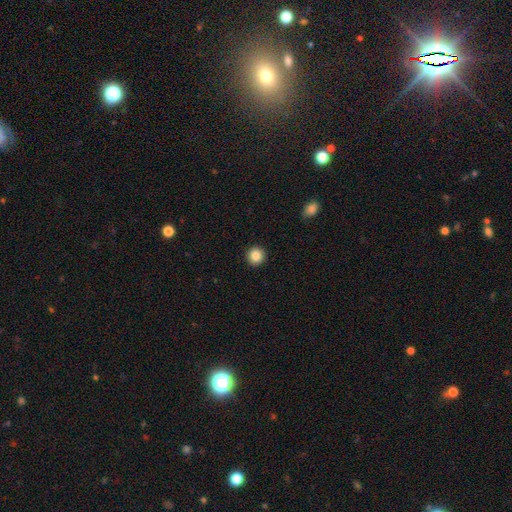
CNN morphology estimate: A smooth galaxy with no disk features (86%) that is round (94%). Merging: none (93%).